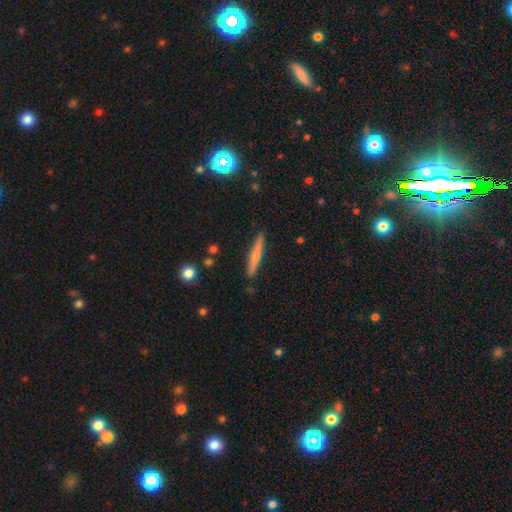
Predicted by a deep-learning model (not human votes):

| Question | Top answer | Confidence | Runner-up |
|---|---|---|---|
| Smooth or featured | smooth | 59% | featured or disk (35%) |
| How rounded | cigar-shaped | 95% | in between (4%) |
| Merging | none | 89% | minor disturbance (7%) |